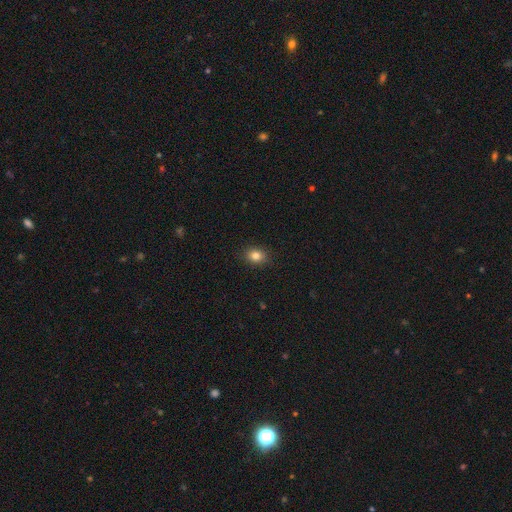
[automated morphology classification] A smooth galaxy with no disk features (82%) that is in between round and cigar-shaped (54%).

Vote fractions:
- Smooth or featured? smooth: 82% / star or artifact: 11% / featured or disk: 7%
- How rounded? in between: 54% / round: 45% / cigar-shaped: 1%
- Merging? none: 89% / minor disturbance: 8% / major disturbance: 2% / merger: 1%